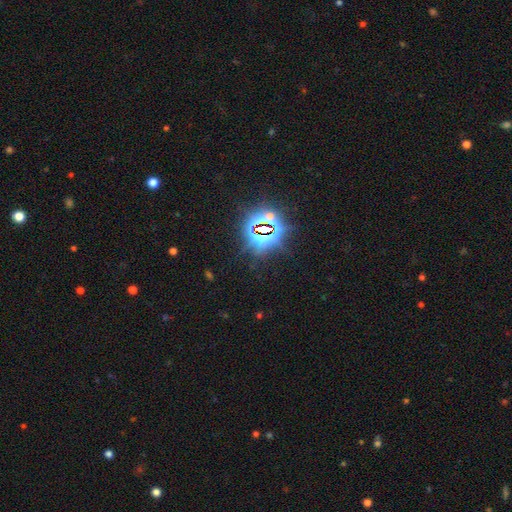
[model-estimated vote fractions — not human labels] star or artifact 84%, smooth 9%, featured or disk 7%.